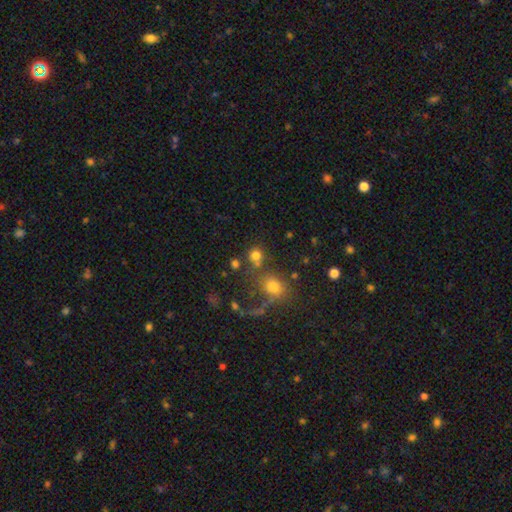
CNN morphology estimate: Overall: smooth (77%). How rounded: round (86%). Merging: none (65%).